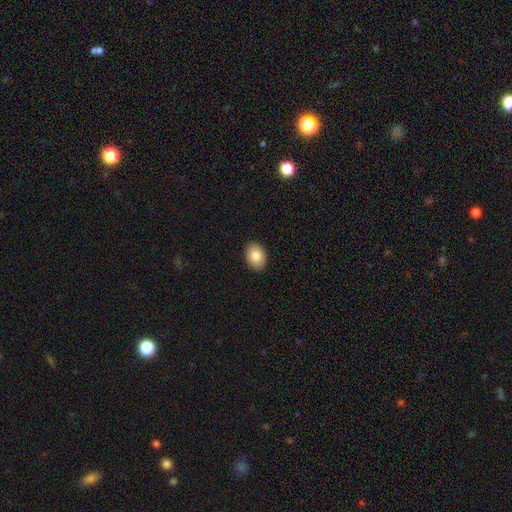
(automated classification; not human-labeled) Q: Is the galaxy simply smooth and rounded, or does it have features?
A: smooth — 87%.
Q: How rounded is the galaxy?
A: in between — 79%.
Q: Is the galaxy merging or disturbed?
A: none — 90%.